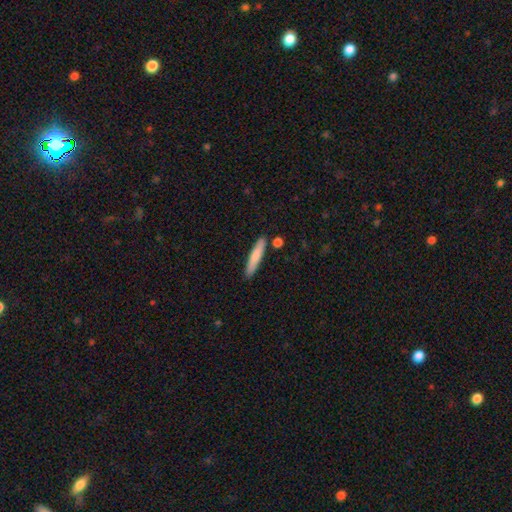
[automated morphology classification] type=smooth (75%); roundness=cigar-shaped (90%); merging=none (85%).